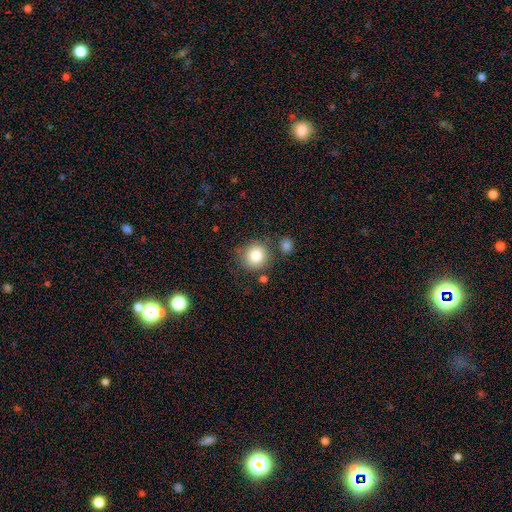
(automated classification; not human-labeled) A smooth galaxy with no disk features (82%) that is round (92%).

Vote fractions:
- Smooth or featured? smooth: 82% / star or artifact: 10% / featured or disk: 8%
- How rounded? round: 92% / in between: 7% / cigar-shaped: 1%
- Merging? none: 77% / minor disturbance: 11% / merger: 8% / major disturbance: 4%